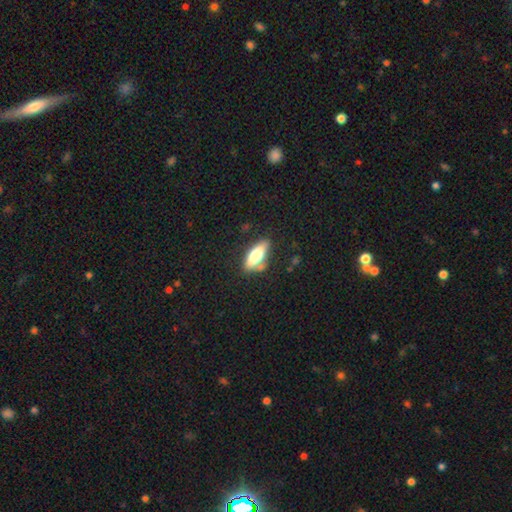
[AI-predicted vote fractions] The model was most divided on "how rounded": in between: 68%, cigar-shaped: 29%, round: 3%. More confident: merging — none (70%); smooth or featured — smooth (67%).